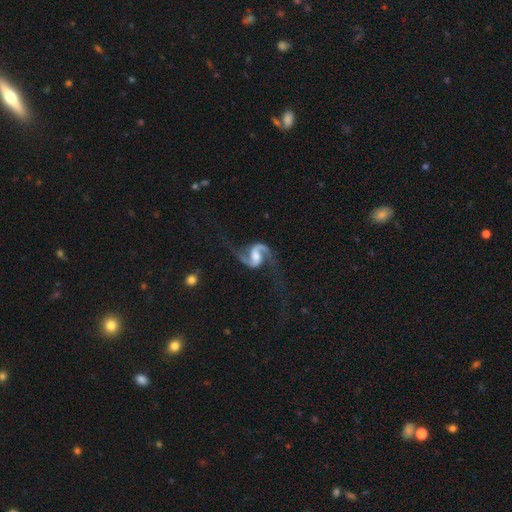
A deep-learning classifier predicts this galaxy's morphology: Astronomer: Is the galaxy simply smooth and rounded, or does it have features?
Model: featured or disk — 92%.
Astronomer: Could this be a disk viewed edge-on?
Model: no — 98%.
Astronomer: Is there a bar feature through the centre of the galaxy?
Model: weak — 44% (runner-up: no, 35%).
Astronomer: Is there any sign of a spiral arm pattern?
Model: yes — 98%.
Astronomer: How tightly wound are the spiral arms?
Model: loose — 57% (runner-up: medium, 36%).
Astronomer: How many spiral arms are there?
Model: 2 — 94%.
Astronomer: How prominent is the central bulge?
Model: moderate — 39% (runner-up: large, 22%).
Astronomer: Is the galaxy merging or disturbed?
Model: none — 67%.